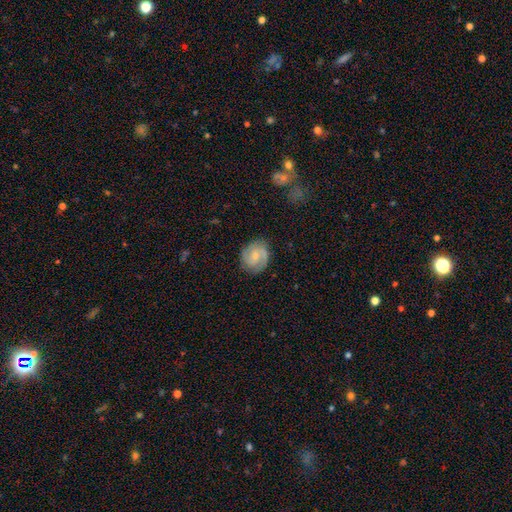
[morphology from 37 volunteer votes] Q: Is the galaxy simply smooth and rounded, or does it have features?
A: featured or disk — 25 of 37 (68%).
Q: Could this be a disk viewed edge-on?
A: no — 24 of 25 (96%).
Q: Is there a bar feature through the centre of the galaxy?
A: weak — 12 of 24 (50%).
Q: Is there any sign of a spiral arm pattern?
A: yes — 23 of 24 (96%).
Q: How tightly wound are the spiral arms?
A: medium — 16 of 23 (70%).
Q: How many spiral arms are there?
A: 2 — 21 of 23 (91%).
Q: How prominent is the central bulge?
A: small — 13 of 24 (54%).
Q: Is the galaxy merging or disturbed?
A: none — 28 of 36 (78%).